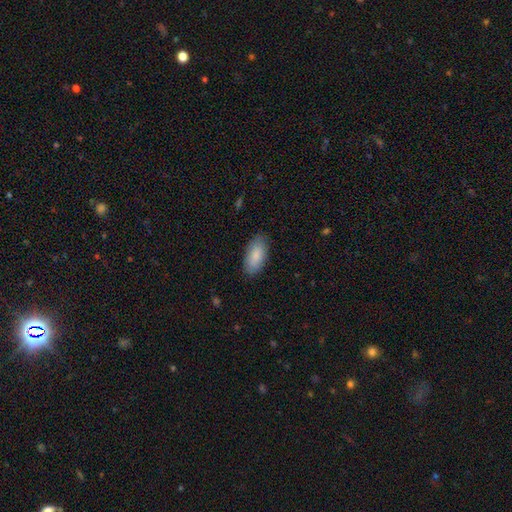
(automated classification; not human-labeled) Smooth or featured: smooth — 86% (featured or disk — 8%)
How rounded: in between — 90% (cigar-shaped — 8%)
Merging: none — 85% (minor disturbance — 11%)